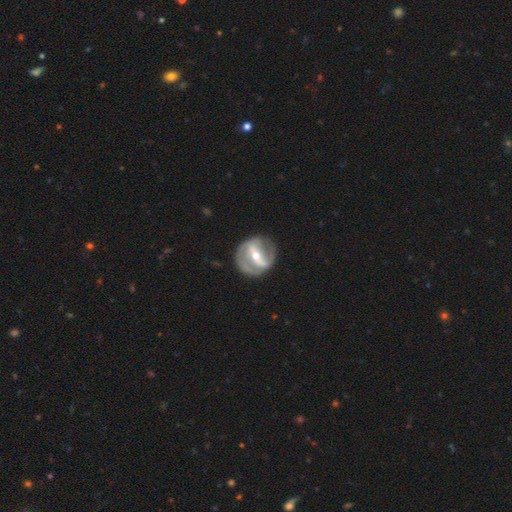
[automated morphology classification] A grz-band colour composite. It shows a featured or disk galaxy (84%) with a strong bar (69%), 2 (81%) medium (42%) spiral arms (82%) and a moderate central bulge (51%). Merging: none (78%).